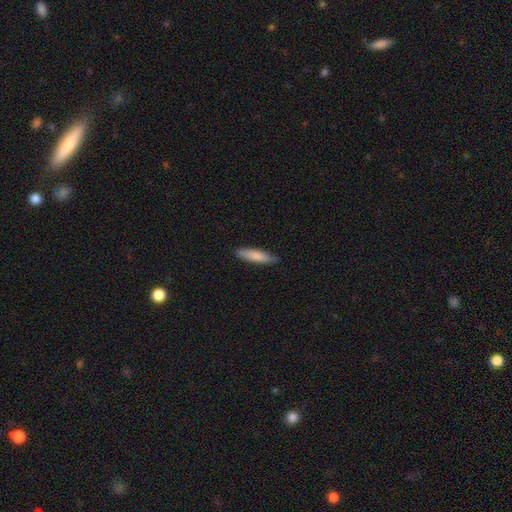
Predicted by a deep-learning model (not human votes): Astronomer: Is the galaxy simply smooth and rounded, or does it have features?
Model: smooth — 81%.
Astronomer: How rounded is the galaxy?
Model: cigar-shaped — 74%.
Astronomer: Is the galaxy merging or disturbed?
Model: none — 84%.